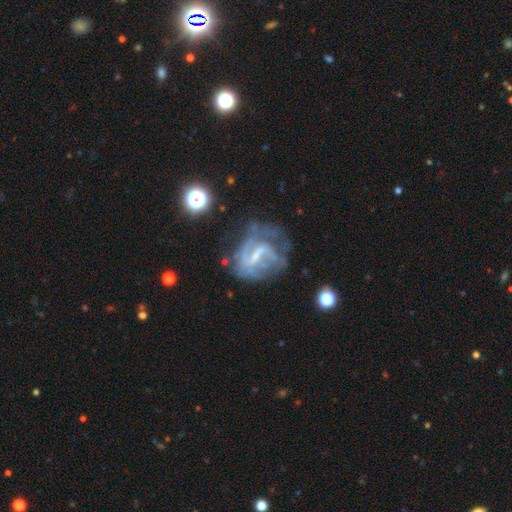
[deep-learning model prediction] This appears to be a featured or disk galaxy (79%) with a weak bar (48%), 2 (45%) medium (43%) spiral arms (78%) and a small central bulge (40%). Merging: none (42%).